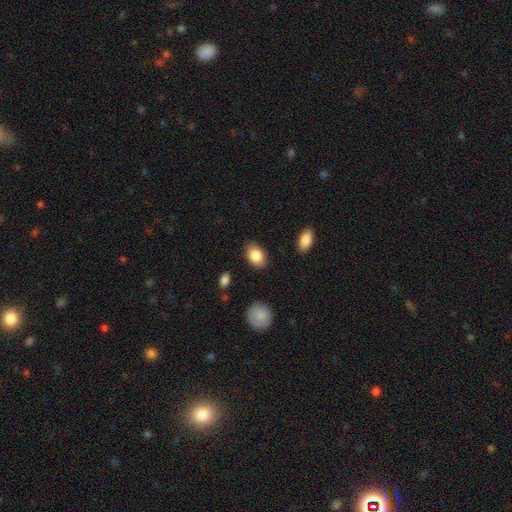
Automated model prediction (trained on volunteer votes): Morphology: type=smooth (85%); roundness=in between (87%); merging=none (87%).